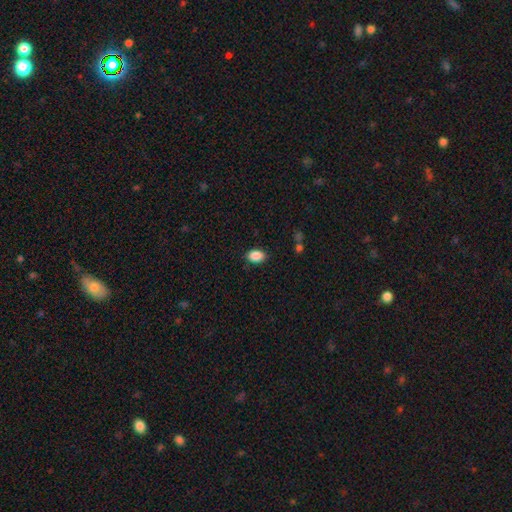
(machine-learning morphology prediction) This is clearly a smooth galaxy (88%). How rounded: clearly in between (83%). Merging: clearly none (86%).